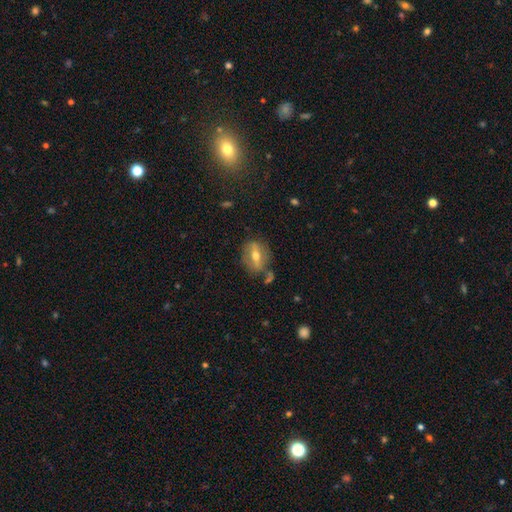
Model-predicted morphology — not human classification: featured or disk 53%, smooth 37%, star or artifact 9%. Down the decision tree: edge-on disk — no (62%); merging — none (70%).